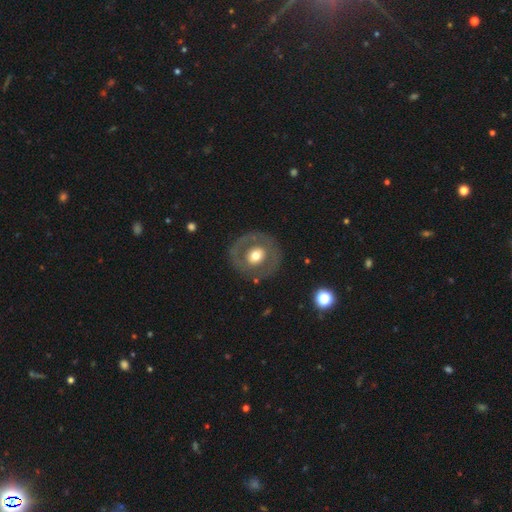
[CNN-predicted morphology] The model was most divided on "smooth or featured": featured or disk: 52%, smooth: 42%, star or artifact: 6%. More confident: edge-on disk — no (95%); merging — none (82%).